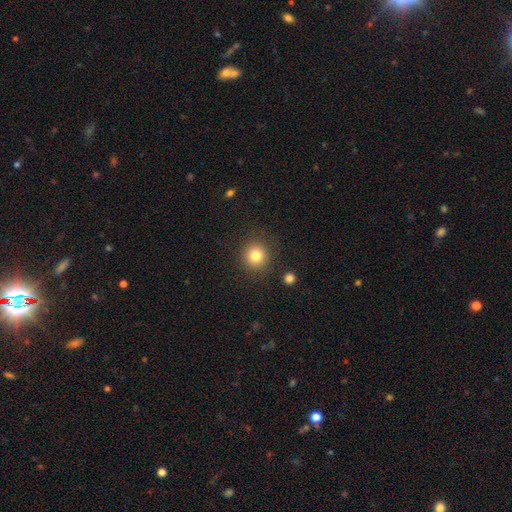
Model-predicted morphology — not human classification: smooth_or_featured: smooth (p=0.81) [alt: star or artifact p=0.12]
how_rounded: round (p=0.91) [alt: in between p=0.08]
merging: none (p=0.88) [alt: minor disturbance p=0.07]